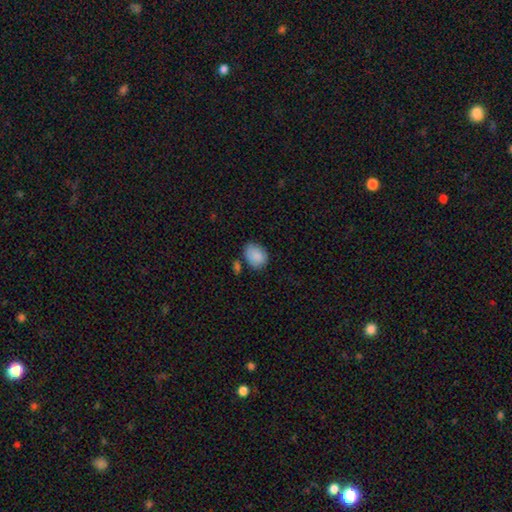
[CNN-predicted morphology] Q: Smooth or featured?
A: smooth (87%); runner-up: star or artifact (7%)
Q: How rounded?
A: in between (71%); runner-up: round (28%)
Q: Merging?
A: none (66%); runner-up: minor disturbance (21%)